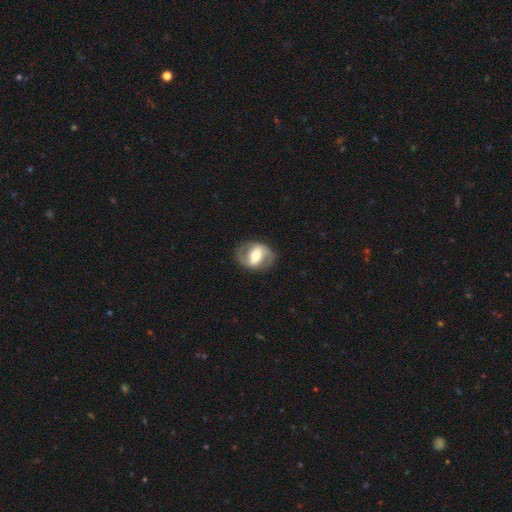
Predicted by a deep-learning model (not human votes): Smooth or featured?
  - featured or disk: 68% *
  - smooth: 26%
  - star or artifact: 6%
Edge-on disk?
  - no: 95% *
  - yes: 5%
Bar?
  - strong: 50% *
  - weak: 31%
  - no: 19%
Spiral arms?
  - yes: 66% *
  - no: 34%
Bulge size?
  - moderate: 62% *
  - large: 17%
  - small: 17%
  - dominant: 2%
  - none: 1%
Merging?
  - none: 82% *
  - minor disturbance: 11%
  - major disturbance: 6%
  - merger: 1%